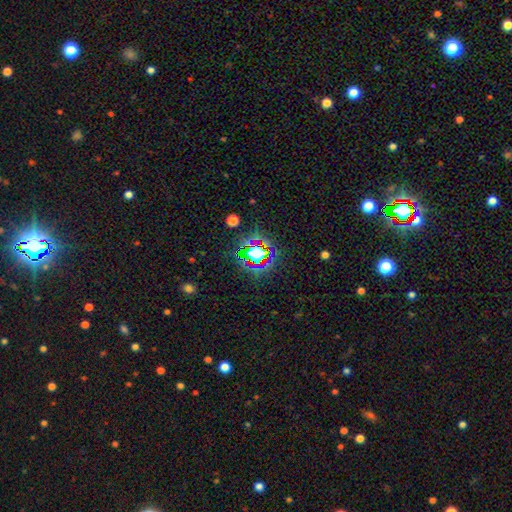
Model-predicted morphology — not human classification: The model was most divided on "smooth or featured": star or artifact: 74%, smooth: 17%, featured or disk: 9%.